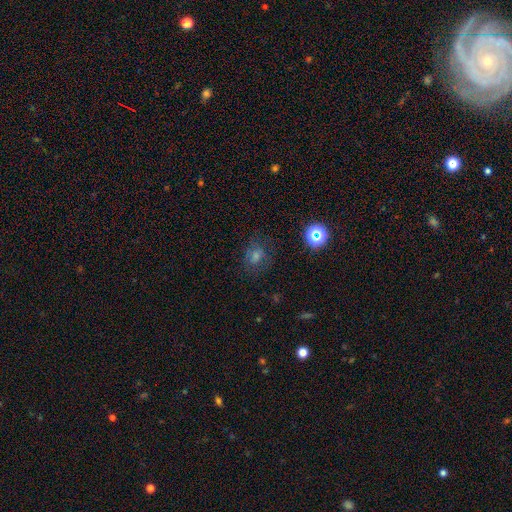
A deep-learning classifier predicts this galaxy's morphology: A smooth galaxy with no disk features (45%). Merging: none (75%).